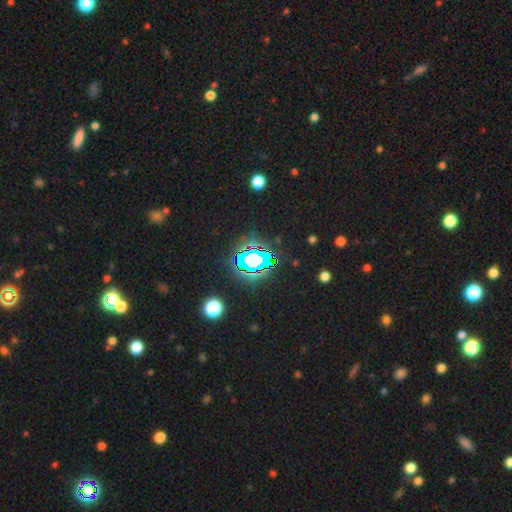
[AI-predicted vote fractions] smooth_or_featured: star or artifact (p=0.72) [alt: smooth p=0.17]